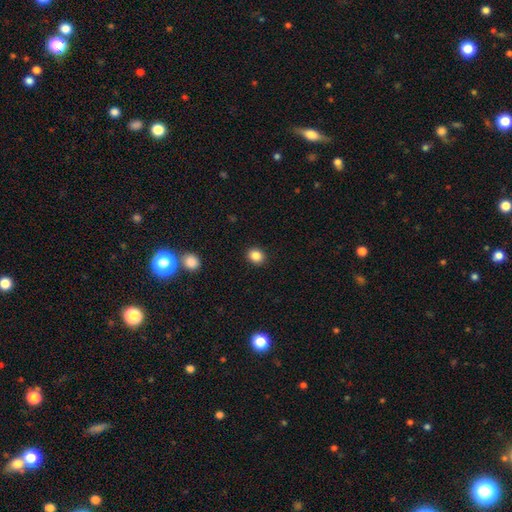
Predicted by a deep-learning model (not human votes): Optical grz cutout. It shows a smooth galaxy with no disk features (86%) that is round (66%). Merging: none (91%).